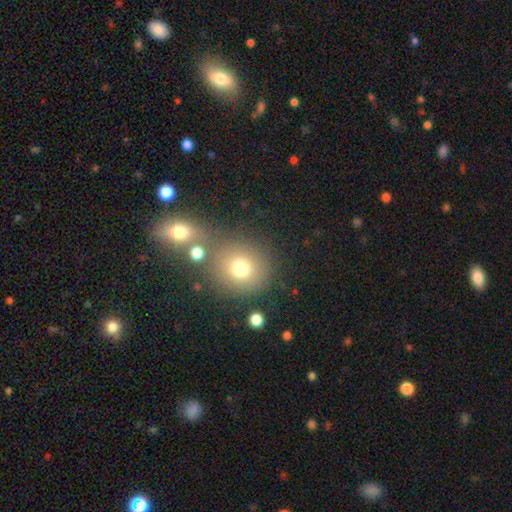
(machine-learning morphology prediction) smooth 57%, star or artifact 30%, featured or disk 13%. Down the decision tree: how rounded — round (86%); merging — none (68%).